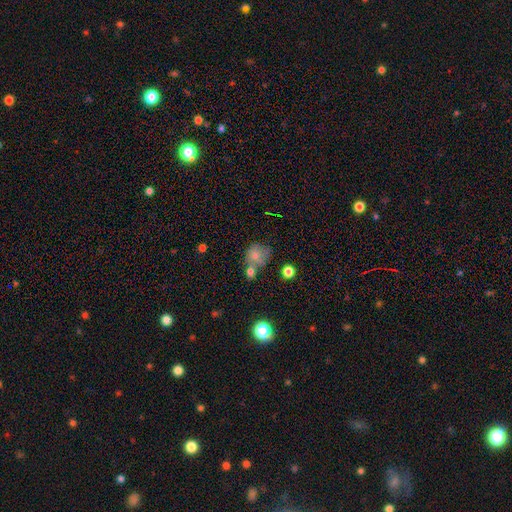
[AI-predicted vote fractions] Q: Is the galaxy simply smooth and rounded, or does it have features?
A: smooth — 69%.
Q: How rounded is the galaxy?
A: round — 73%.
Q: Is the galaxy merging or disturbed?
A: none — 44%.